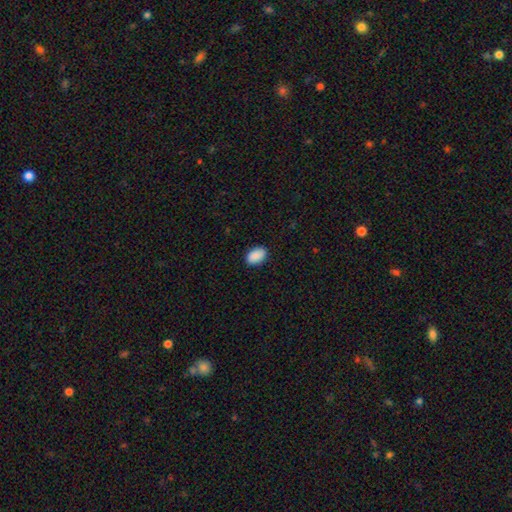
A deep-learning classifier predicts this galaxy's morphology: Smooth or featured? Predicted: smooth (p=0.90). How rounded? Predicted: in between (p=0.89). Merging? Predicted: none (p=0.88).